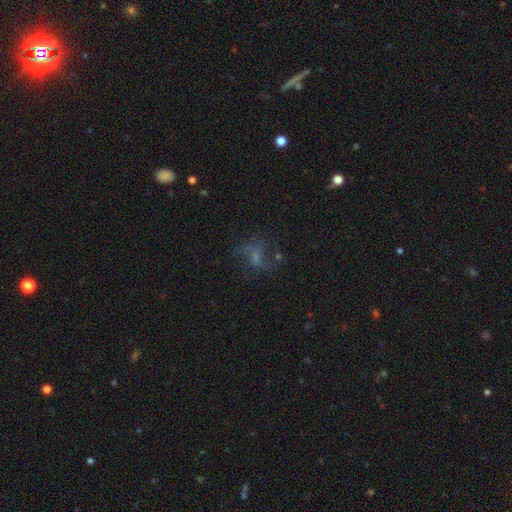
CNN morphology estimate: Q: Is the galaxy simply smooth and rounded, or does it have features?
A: featured or disk — 47%.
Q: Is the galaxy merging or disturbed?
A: none — 58%.